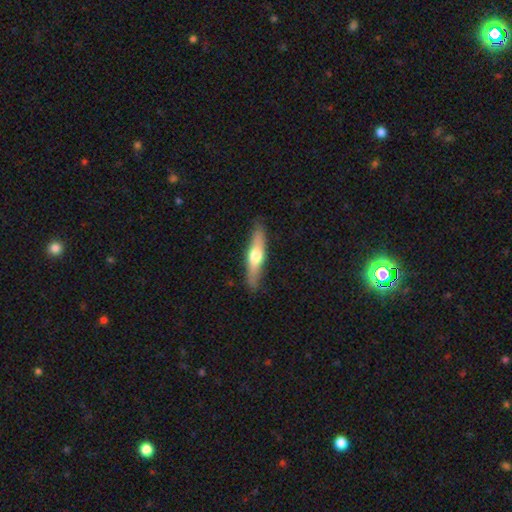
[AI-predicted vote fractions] This is possibly a featured or disk galaxy (49%). Merging: clearly none (85%).